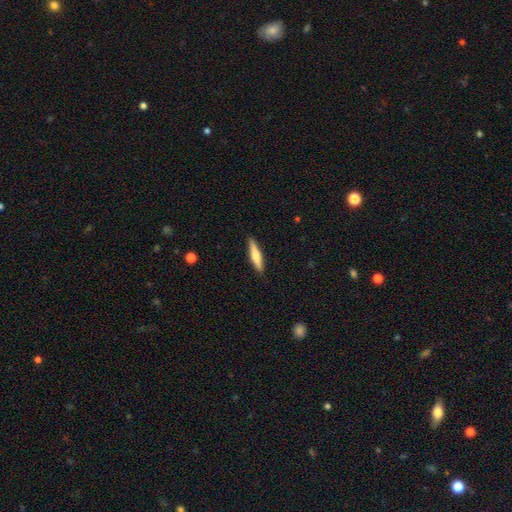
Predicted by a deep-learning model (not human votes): Morphology: type=smooth (60%); roundness=cigar-shaped (86%); merging=none (90%).